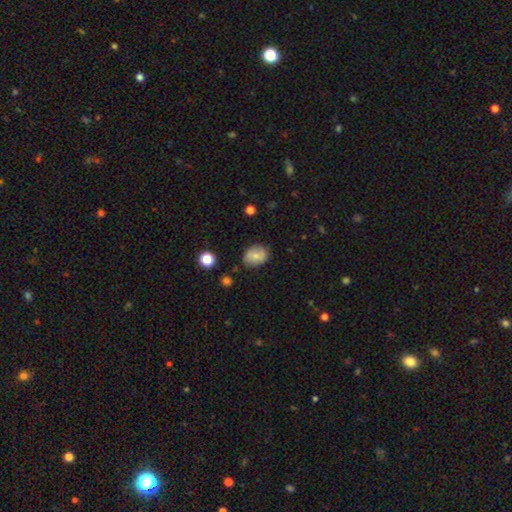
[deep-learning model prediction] Smooth or featured?
  - smooth: 71% *
  - featured or disk: 20%
  - star or artifact: 9%
How rounded?
  - in between: 59% *
  - round: 40%
  - cigar-shaped: 1%
Merging?
  - none: 77% *
  - minor disturbance: 17%
  - major disturbance: 4%
  - merger: 2%